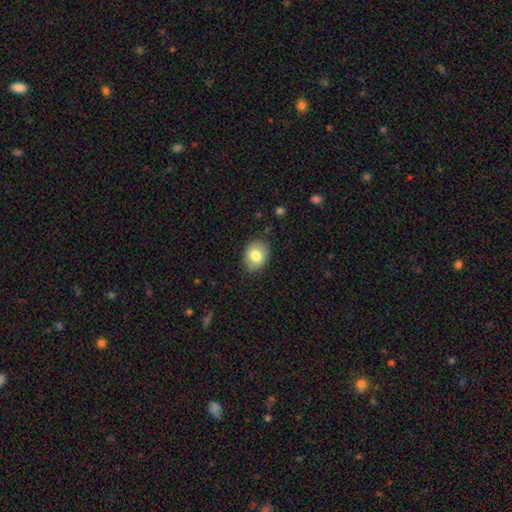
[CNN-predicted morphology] Smooth or featured? Predicted: smooth (p=0.79). How rounded? Predicted: in between (p=0.57). Merging? Predicted: none (p=0.85).